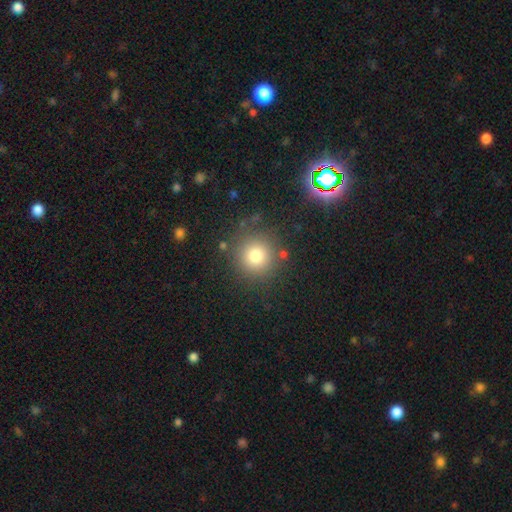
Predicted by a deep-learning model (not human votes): This is likely a smooth galaxy (79%). How rounded: clearly round (94%). Merging: clearly none (84%).